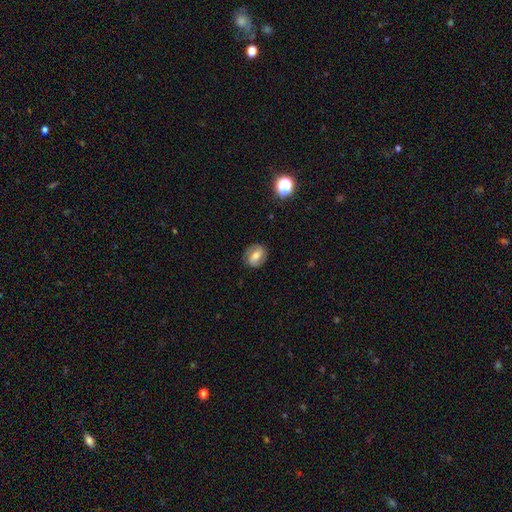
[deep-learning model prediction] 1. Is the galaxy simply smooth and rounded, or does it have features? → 49% featured or disk, 42% smooth, 9% star or artifact.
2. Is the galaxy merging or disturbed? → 80% none, 14% minor disturbance, 5% major disturbance, 1% merger.